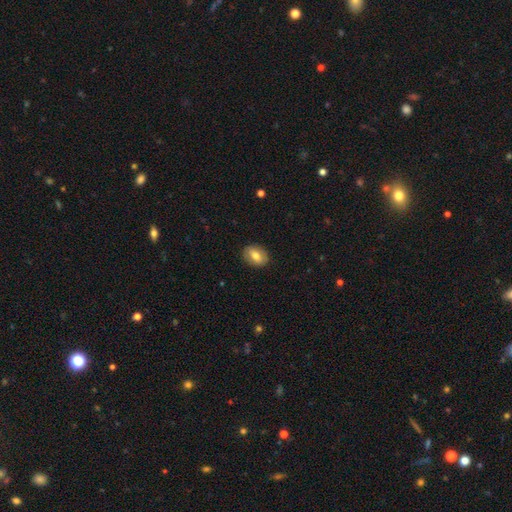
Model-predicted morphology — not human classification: Overall: smooth (72%). How rounded: in between (71%). Merging: none (88%).